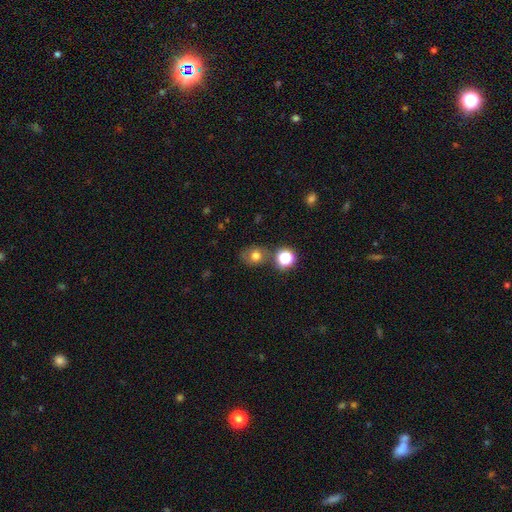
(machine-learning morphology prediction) Smooth or featured? Predicted: smooth (p=0.70). How rounded? Predicted: round (p=0.64). Merging? Predicted: none (p=0.66).